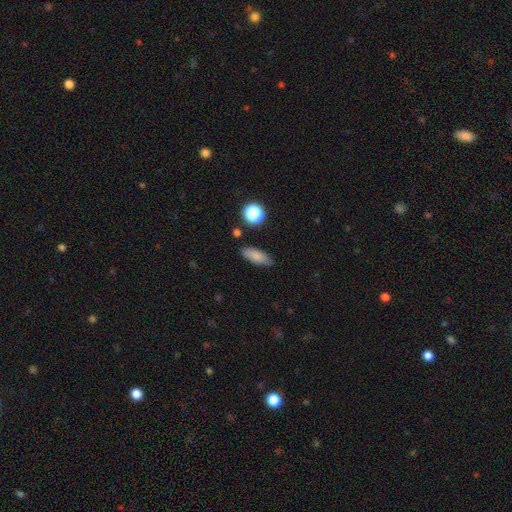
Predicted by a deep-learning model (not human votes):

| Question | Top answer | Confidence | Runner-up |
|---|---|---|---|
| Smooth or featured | smooth | 81% | featured or disk (9%) |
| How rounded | in between | 74% | cigar-shaped (22%) |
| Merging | none | 82% | minor disturbance (13%) |